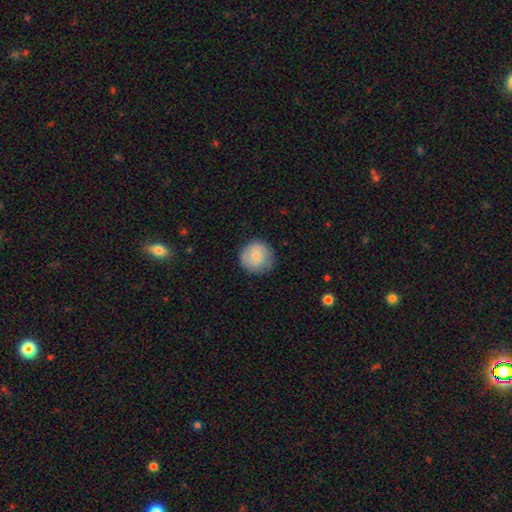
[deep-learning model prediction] A smooth galaxy with no disk features (78%) that is round (94%).

Vote fractions:
- Smooth or featured? smooth: 78% / featured or disk: 15% / star or artifact: 7%
- How rounded? round: 94% / in between: 5% / cigar-shaped: 1%
- Merging? none: 81% / minor disturbance: 15% / major disturbance: 4% / merger: 1%